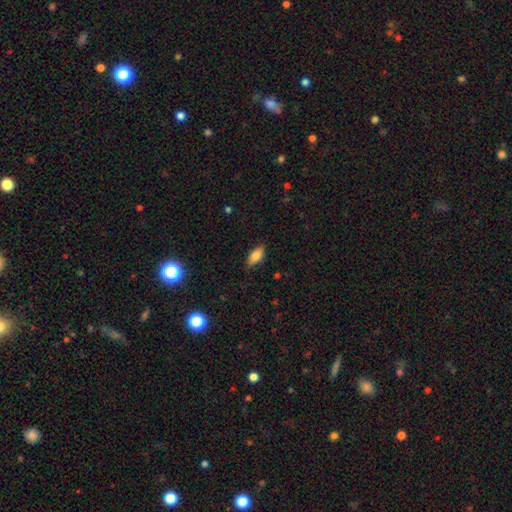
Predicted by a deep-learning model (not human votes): Smooth or featured?
  - smooth: 81% *
  - featured or disk: 11%
  - star or artifact: 8%
How rounded?
  - in between: 89% *
  - cigar-shaped: 8%
  - round: 3%
Merging?
  - none: 84% *
  - minor disturbance: 13%
  - major disturbance: 2%
  - merger: 1%